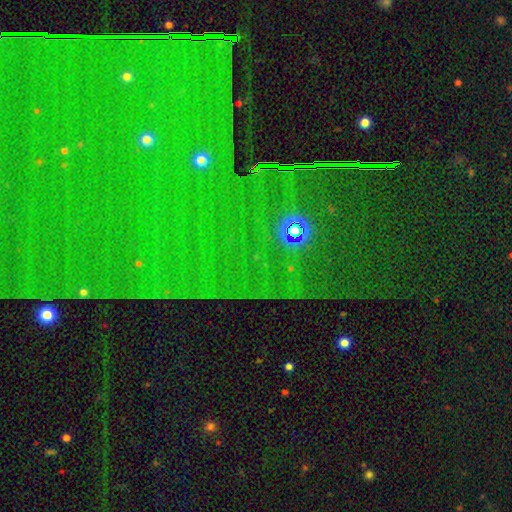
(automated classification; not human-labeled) Smooth or featured: star or artifact — 85% (smooth — 8%)